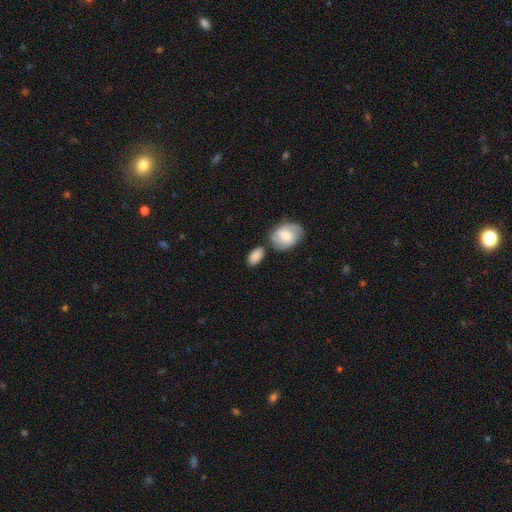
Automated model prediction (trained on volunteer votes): Q: Smooth or featured?
A: smooth (84%); runner-up: featured or disk (11%)
Q: How rounded?
A: in between (90%); runner-up: round (7%)
Q: Merging?
A: none (59%); runner-up: merger (19%)